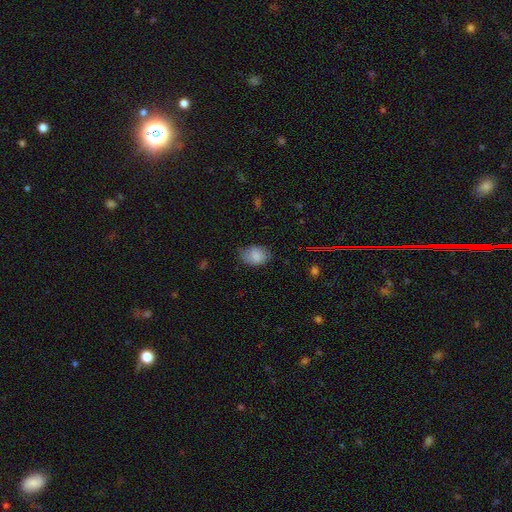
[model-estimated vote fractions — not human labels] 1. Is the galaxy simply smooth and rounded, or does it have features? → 82% smooth, 9% featured or disk, 9% star or artifact.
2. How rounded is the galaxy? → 79% in between, 20% round, 1% cigar-shaped.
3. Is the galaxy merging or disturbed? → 70% none, 23% minor disturbance, 5% major disturbance, 1% merger.